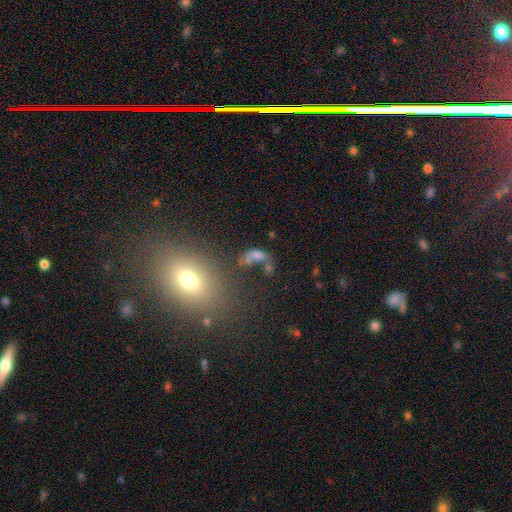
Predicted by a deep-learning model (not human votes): This appears to be a smooth galaxy with no disk features (55%) that is in between round and cigar-shaped (76%). Merging: merger (42%).